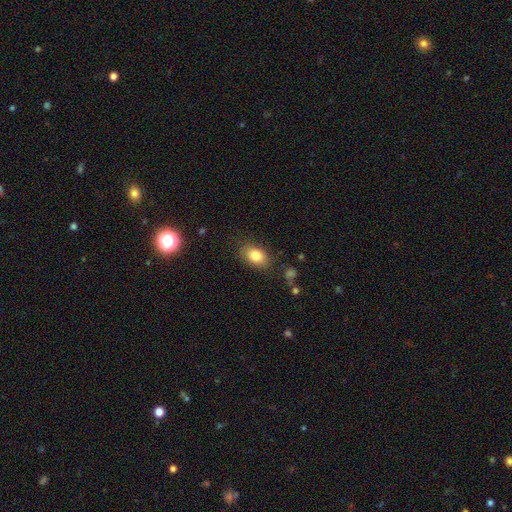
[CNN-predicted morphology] A smooth galaxy with no disk features (81%) that is in between round and cigar-shaped (79%). Merging: none (81%).